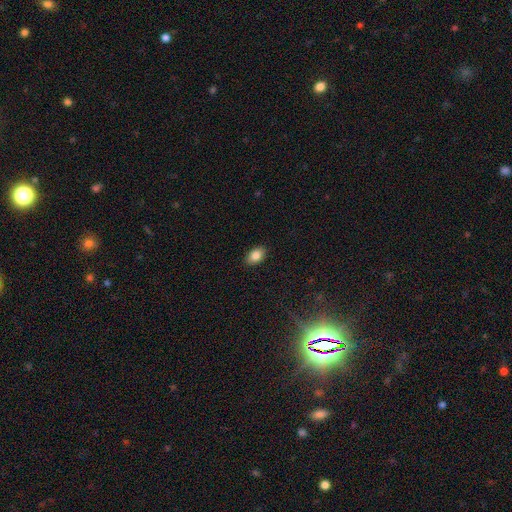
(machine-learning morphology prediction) This appears to be a smooth galaxy with no disk features (85%) that is in between round and cigar-shaped (89%). Merging: none (89%).